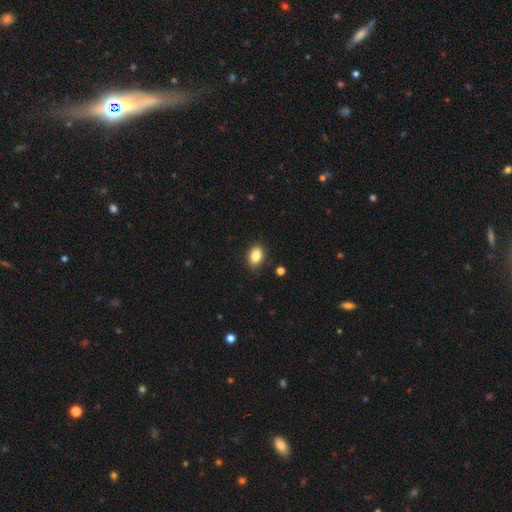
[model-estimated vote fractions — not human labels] This appears to be a smooth galaxy with no disk features (85%) that is in between round and cigar-shaped (85%). Merging: none (86%).